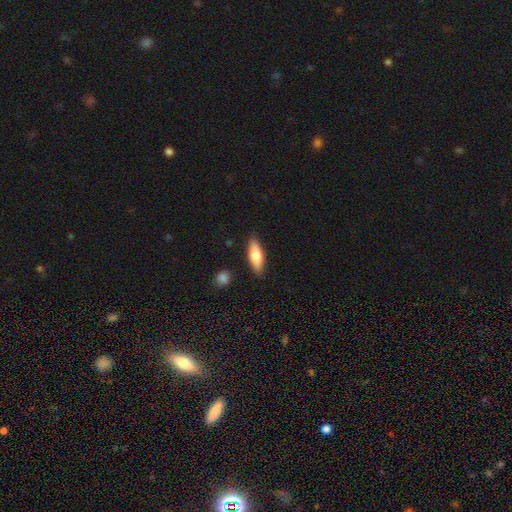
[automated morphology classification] Smooth or featured? Predicted: smooth (p=0.75). How rounded? Predicted: in between (p=0.56). Merging? Predicted: none (p=0.86).